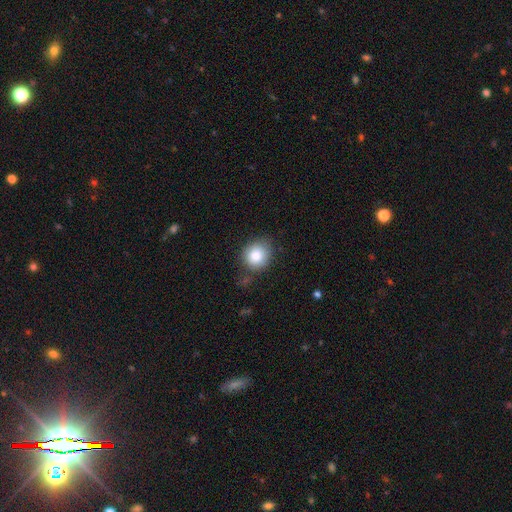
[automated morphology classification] A smooth galaxy with no disk features (84%) that is round (75%). Merging: none (72%).